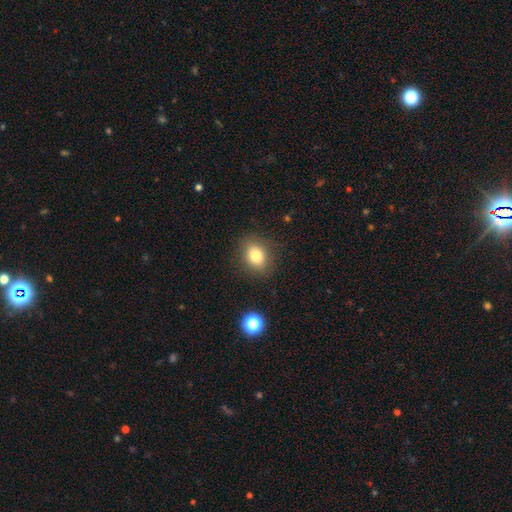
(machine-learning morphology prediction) Smooth or featured? Predicted: smooth (p=0.80). How rounded? Predicted: in between (p=0.56). Merging? Predicted: none (p=0.85).